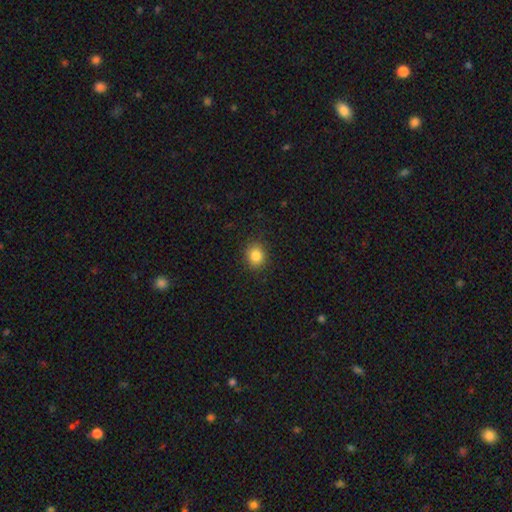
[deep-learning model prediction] Overall: smooth (84%). How rounded: round (75%). Merging: none (89%).